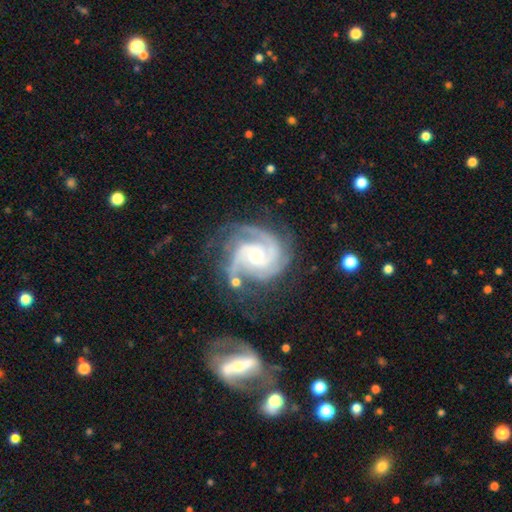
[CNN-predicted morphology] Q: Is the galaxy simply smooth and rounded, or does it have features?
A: featured or disk — 92%.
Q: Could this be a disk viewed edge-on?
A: no — 98%.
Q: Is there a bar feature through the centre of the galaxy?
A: no — 60%.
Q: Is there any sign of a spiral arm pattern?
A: yes — 98%.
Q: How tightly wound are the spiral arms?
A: tight — 57%.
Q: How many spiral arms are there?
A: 3 — 46%.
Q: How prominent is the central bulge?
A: moderate — 55%.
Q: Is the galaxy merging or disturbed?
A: none — 64%.